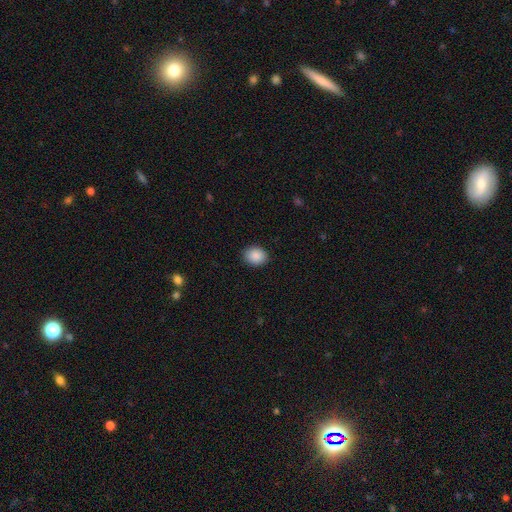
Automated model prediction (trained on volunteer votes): The model was most divided on "how rounded": round: 53%, in between: 46%, cigar-shaped: 1%. More confident: merging — none (90%); smooth or featured — smooth (89%).